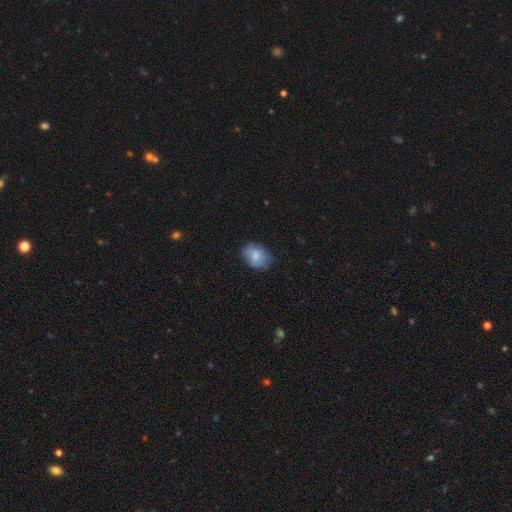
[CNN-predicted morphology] This appears to be a smooth galaxy with no disk features (80%) that is in between round and cigar-shaped (72%). Merging: none (74%).